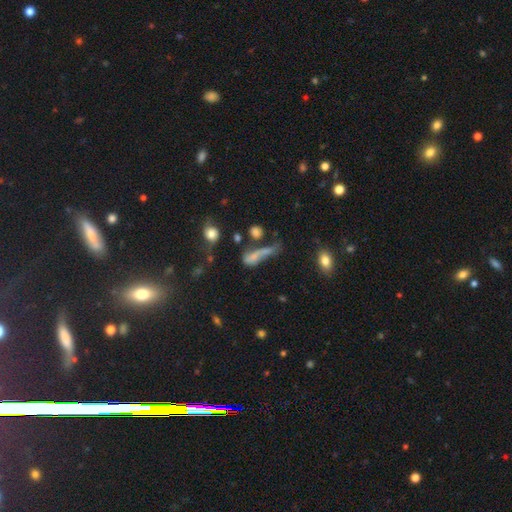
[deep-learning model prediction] A smooth galaxy with no disk features (56%) that is cigar-shaped (47%). Merging: major disturbance (34%).